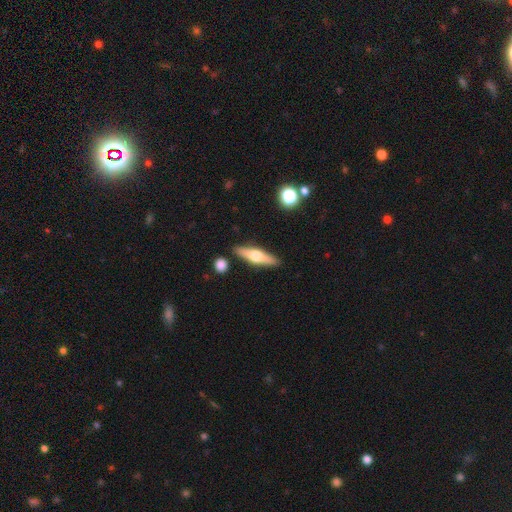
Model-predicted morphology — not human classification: The model was most divided on "smooth or featured": featured or disk: 57%, smooth: 37%, star or artifact: 6%. More confident: edge-on disk — yes (94%); edge-on bulge — rounded (93%); merging — none (87%).